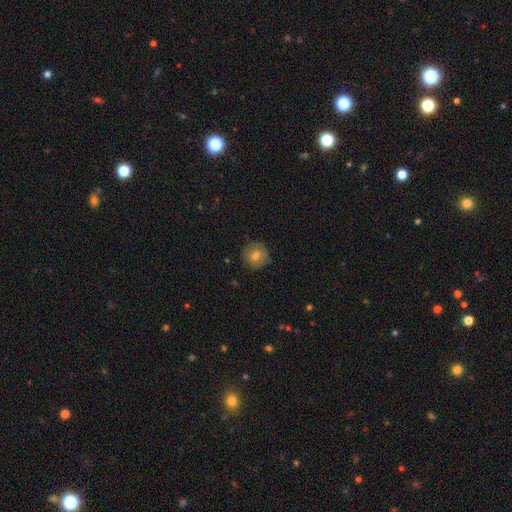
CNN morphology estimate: smooth 71%, featured or disk 19%, star or artifact 9%. Down the decision tree: how rounded — round (94%); merging — none (83%).